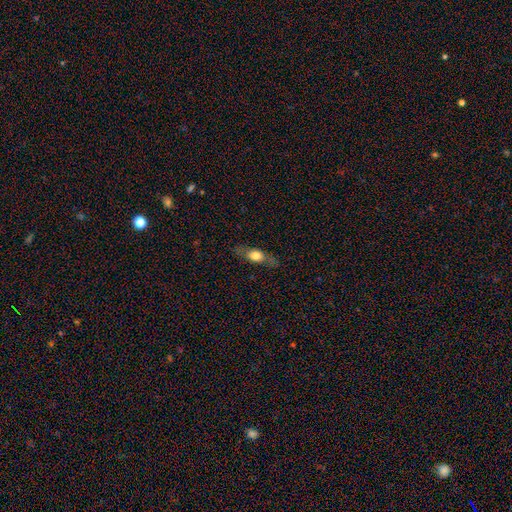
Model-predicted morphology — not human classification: smooth_or_featured: smooth (p=0.56) [alt: featured or disk p=0.37]
how_rounded: in between (p=0.55) [alt: cigar-shaped p=0.35]
merging: none (p=0.79) [alt: minor disturbance p=0.15]